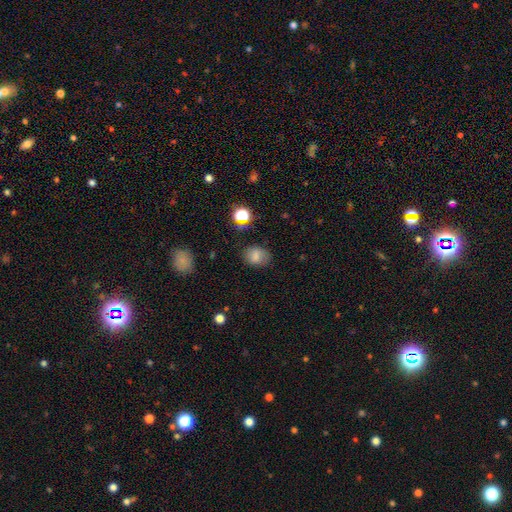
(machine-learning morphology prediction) This is likely a smooth galaxy (78%). How rounded: possibly in between (58%). Merging: likely none (77%).